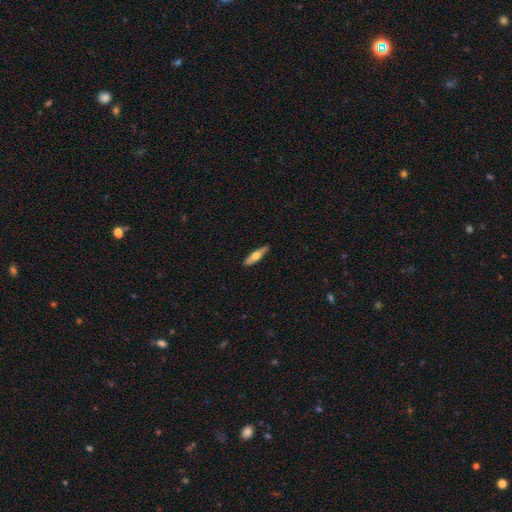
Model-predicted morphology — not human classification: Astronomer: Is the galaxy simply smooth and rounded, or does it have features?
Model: featured or disk — 49% (runner-up: smooth, 45%).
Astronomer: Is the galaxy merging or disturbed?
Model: none — 90%.